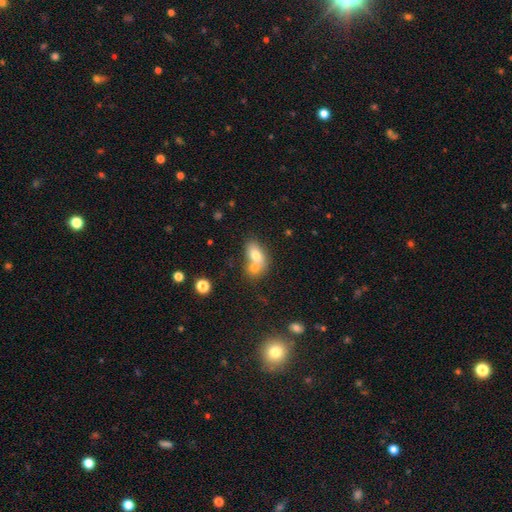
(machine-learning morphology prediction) Smooth or featured?
  - smooth: 72% *
  - featured or disk: 19%
  - star or artifact: 9%
How rounded?
  - in between: 83% *
  - round: 14%
  - cigar-shaped: 3%
Merging?
  - merger: 60% *
  - none: 27%
  - minor disturbance: 9%
  - major disturbance: 4%